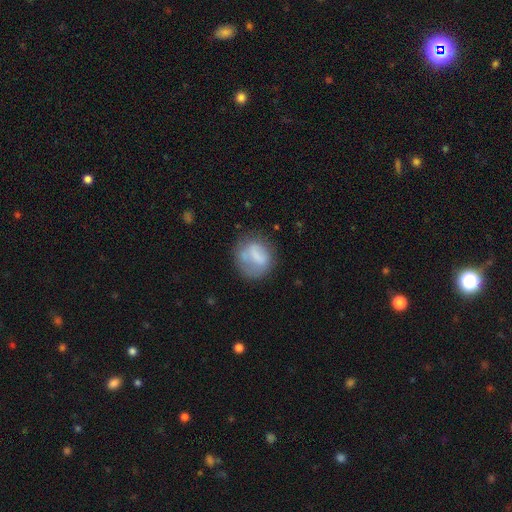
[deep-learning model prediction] Morphology: type=smooth (60%); roundness=round (68%); merging=none (53%).